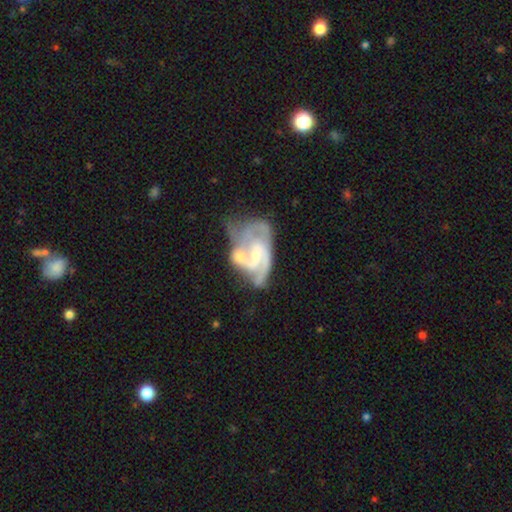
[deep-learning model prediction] Smooth or featured: featured or disk — 85% (smooth — 9%)
Edge-on disk: no — 98% (yes — 2%)
Bar: no — 44% (weak — 43%)
Spiral arms: yes — 93% (no — 7%)
Spiral winding: medium — 48% (tight — 33%)
Spiral arm count: 2 — 60% (3 — 17%)
Bulge size: small — 58% (moderate — 28%)
Merging: merger — 39% (major disturbance — 22%)